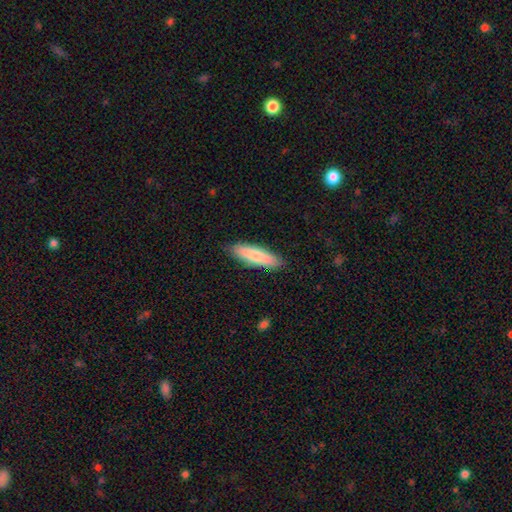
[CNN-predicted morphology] This is likely a smooth galaxy (76%). How rounded: likely cigar-shaped (70%). Merging: clearly none (87%).